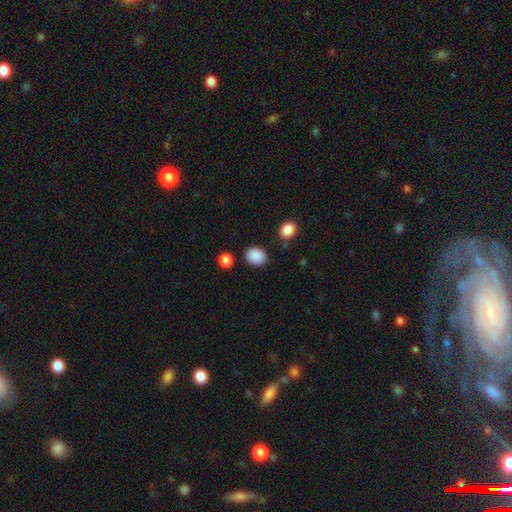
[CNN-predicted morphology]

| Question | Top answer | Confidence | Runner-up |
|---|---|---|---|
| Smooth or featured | smooth | 89% | star or artifact (8%) |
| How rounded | in between | 53% | round (46%) |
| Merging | none | 84% | minor disturbance (10%) |